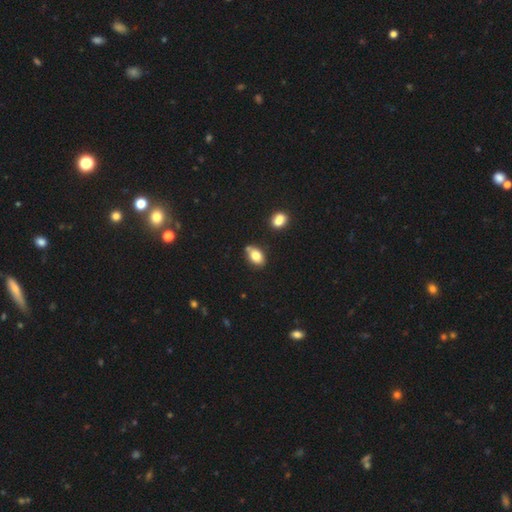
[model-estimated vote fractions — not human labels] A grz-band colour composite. It shows a smooth galaxy with no disk features (81%) that is in between round and cigar-shaped (85%). Merging: none (67%).